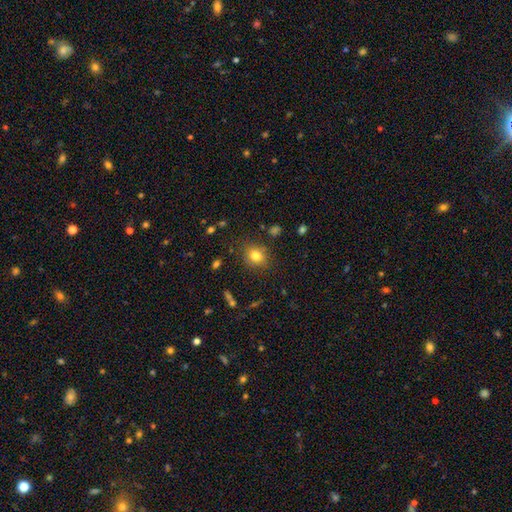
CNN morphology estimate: Smooth or featured? smooth (78%)
How rounded? round (73%)
Merging? none (85%)